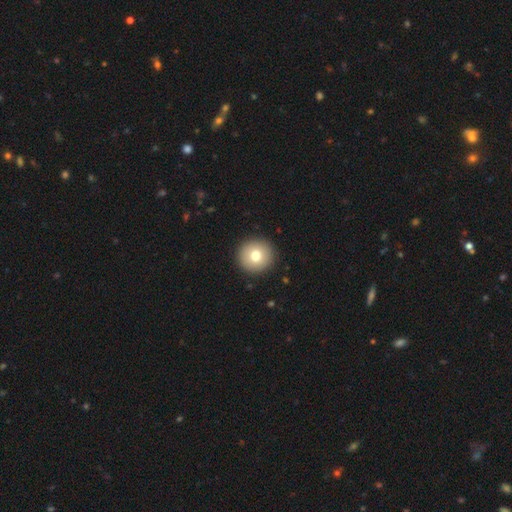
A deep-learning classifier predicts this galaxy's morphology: Overall: smooth (75%). How rounded: round (95%). Merging: none (93%).